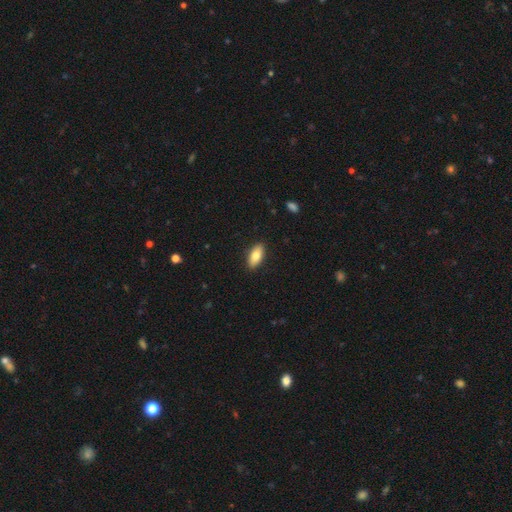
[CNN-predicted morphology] Overall: smooth (81%). How rounded: in between (86%). Merging: none (89%).